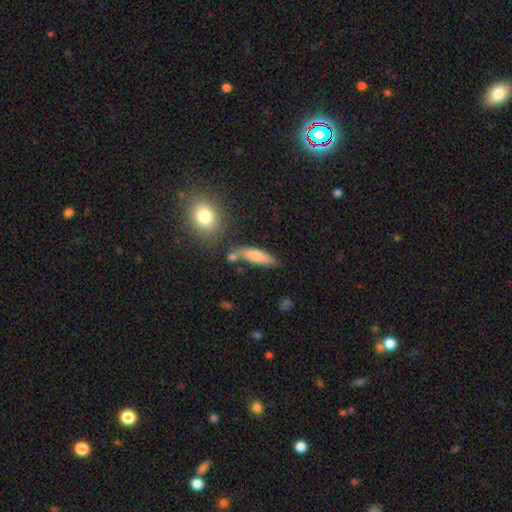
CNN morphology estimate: Smooth or featured? smooth (72%)
How rounded? cigar-shaped (60%)
Merging? none (56%)